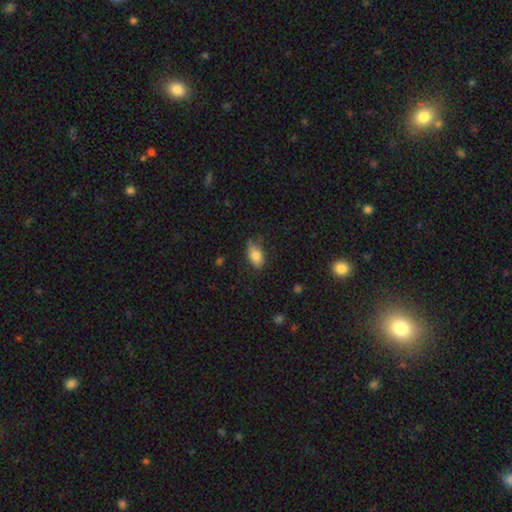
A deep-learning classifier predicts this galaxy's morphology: Q: Smooth or featured?
A: smooth (81%); runner-up: featured or disk (11%)
Q: How rounded?
A: in between (90%); runner-up: round (6%)
Q: Merging?
A: none (65%); runner-up: minor disturbance (27%)